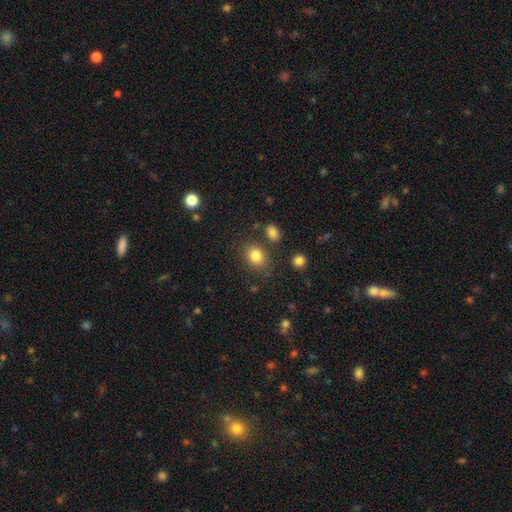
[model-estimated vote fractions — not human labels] The model was most divided on "how rounded": round: 54%, in between: 45%, cigar-shaped: 1%. More confident: smooth or featured — smooth (83%); merging — none (77%).